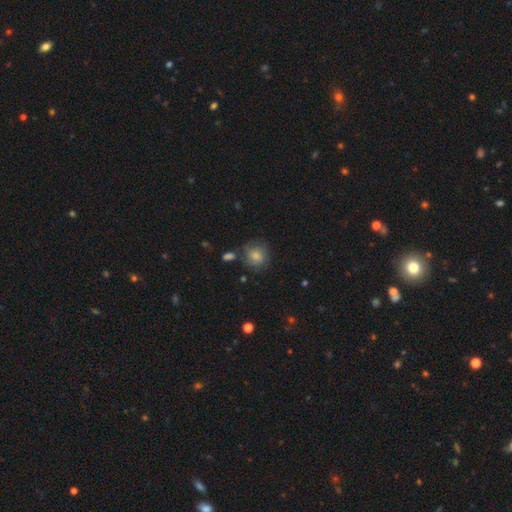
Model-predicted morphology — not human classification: Overall: smooth (64%). How rounded: round (85%). Merging: none (74%).